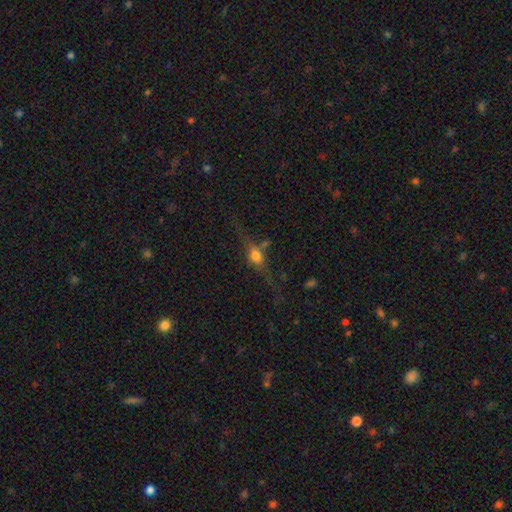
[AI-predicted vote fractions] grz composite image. It shows a featured or disk galaxy (52%) viewed edge-on (83%). Merging: none (60%).